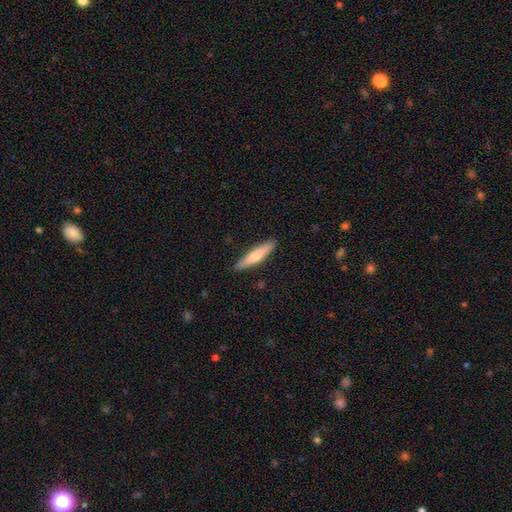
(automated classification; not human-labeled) The model was most divided on "smooth or featured": smooth: 66%, featured or disk: 29%, star or artifact: 5%. More confident: merging — none (90%); how rounded — cigar-shaped (88%).